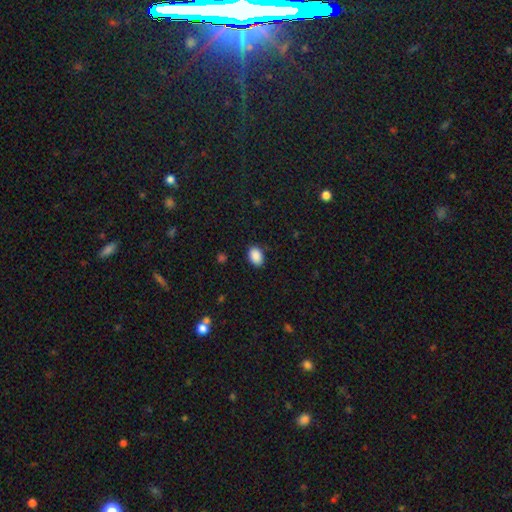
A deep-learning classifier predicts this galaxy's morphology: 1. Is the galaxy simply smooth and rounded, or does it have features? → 90% smooth, 8% star or artifact, 3% featured or disk.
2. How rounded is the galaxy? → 82% in between, 17% round, 1% cigar-shaped.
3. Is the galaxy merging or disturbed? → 87% none, 10% minor disturbance, 2% major disturbance, 1% merger.